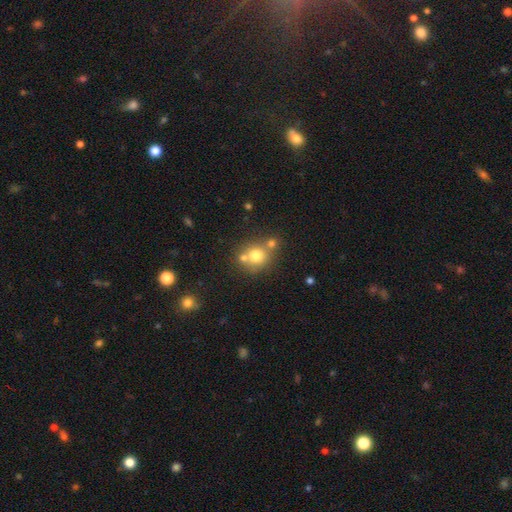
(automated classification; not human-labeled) smooth-or-featured: smooth: 71% | featured or disk: 15% | star or artifact: 13%
  how-rounded: round: 84% | in between: 15% | cigar-shaped: 1%
  merging: none: 54% | merger: 33% | minor disturbance: 9% | major disturbance: 4%